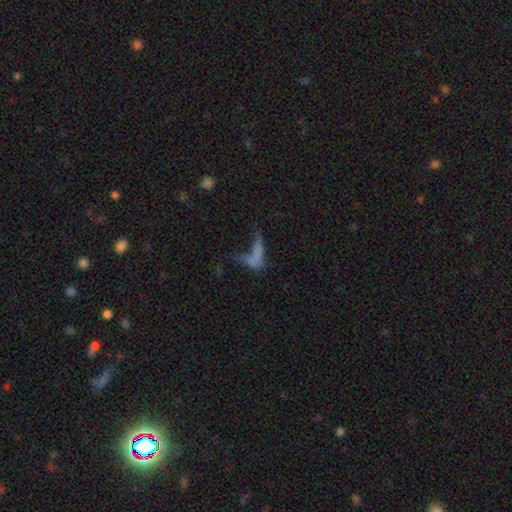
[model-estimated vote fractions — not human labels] Q: Smooth or featured?
A: smooth (55%); runner-up: featured or disk (27%)
Q: How rounded?
A: in between (52%); runner-up: cigar-shaped (40%)
Q: Merging?
A: major disturbance (37%); runner-up: merger (28%)